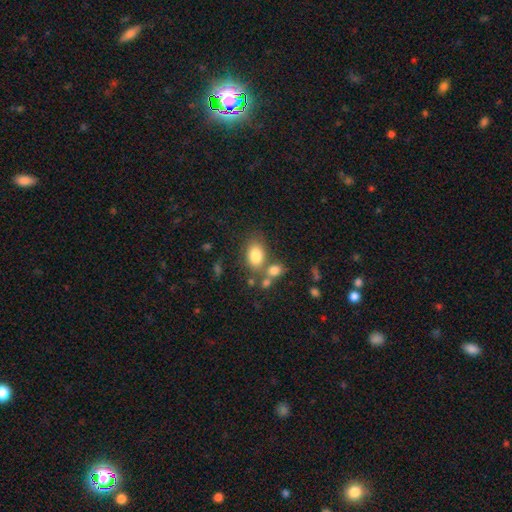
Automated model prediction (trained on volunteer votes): Smooth or featured: smooth — 81% (featured or disk — 10%)
How rounded: in between — 81% (round — 18%)
Merging: none — 58% (merger — 23%)